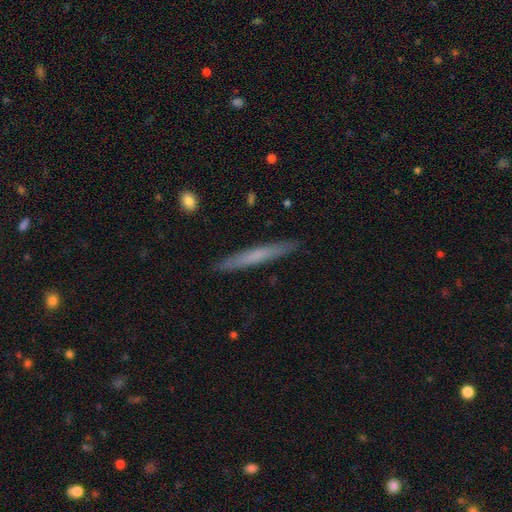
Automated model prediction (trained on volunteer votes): This is possibly a smooth galaxy (59%). How rounded: clearly cigar-shaped (96%). Merging: clearly none (90%).